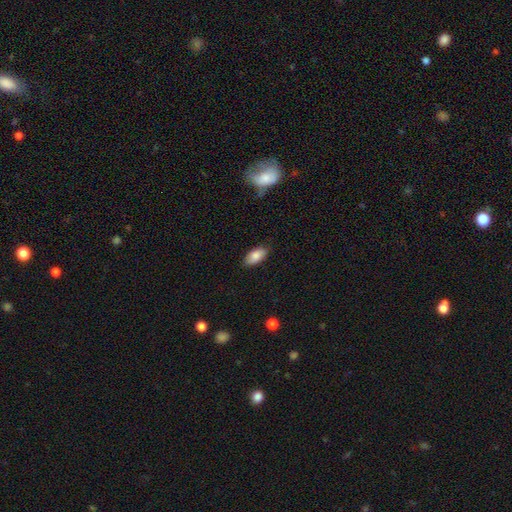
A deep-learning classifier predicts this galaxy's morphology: type=smooth (84%); roundness=in between (92%); merging=none (84%).